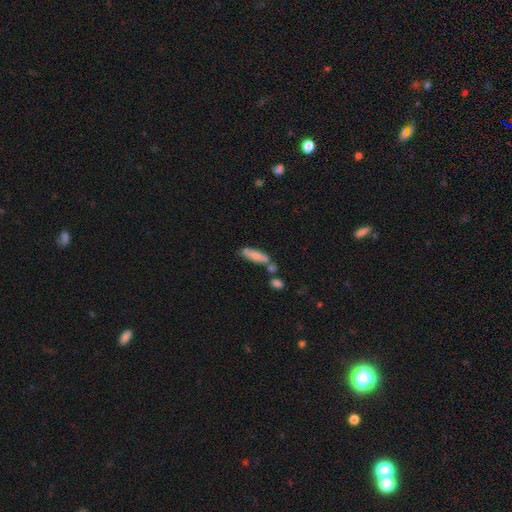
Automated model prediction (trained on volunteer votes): smooth-or-featured: smooth: 74% | featured or disk: 19% | star or artifact: 6%
  how-rounded: cigar-shaped: 60% | in between: 38% | round: 2%
  merging: none: 61% | merger: 19% | minor disturbance: 16% | major disturbance: 4%